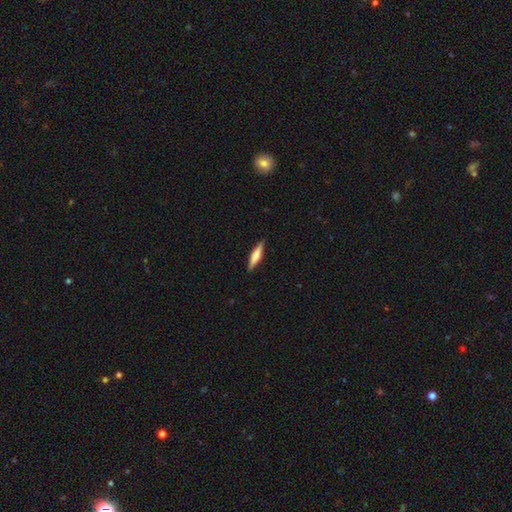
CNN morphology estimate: This is possibly a smooth galaxy (50%). How rounded: clearly cigar-shaped (82%). Merging: clearly none (90%).